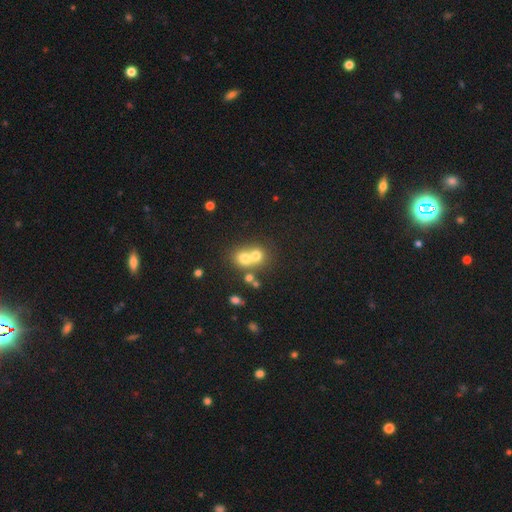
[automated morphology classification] A smooth galaxy with no disk features (68%) that is round (75%).

Vote fractions:
- Smooth or featured? smooth: 68% / featured or disk: 19% / star or artifact: 13%
- How rounded? round: 75% / in between: 24% / cigar-shaped: 1%
- Merging? merger: 64% / none: 28% / minor disturbance: 5% / major disturbance: 3%